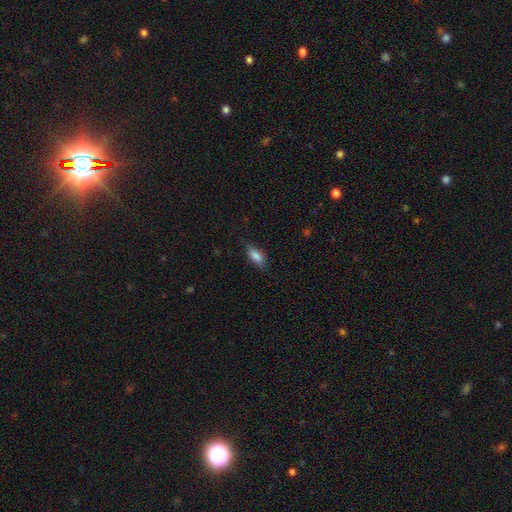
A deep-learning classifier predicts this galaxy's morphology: Smooth or featured? Predicted: smooth (p=0.80). How rounded? Predicted: in between (p=0.75). Merging? Predicted: none (p=0.75).